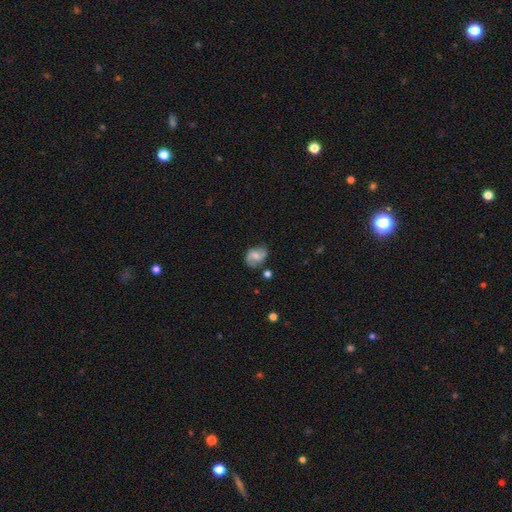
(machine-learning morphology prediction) This appears to be a featured or disk galaxy (68%) with a weak bar (45%, tied with no), 2 (89%) medium (45%) spiral arms (92%) and a moderate central bulge (48%). Merging: none (73%).